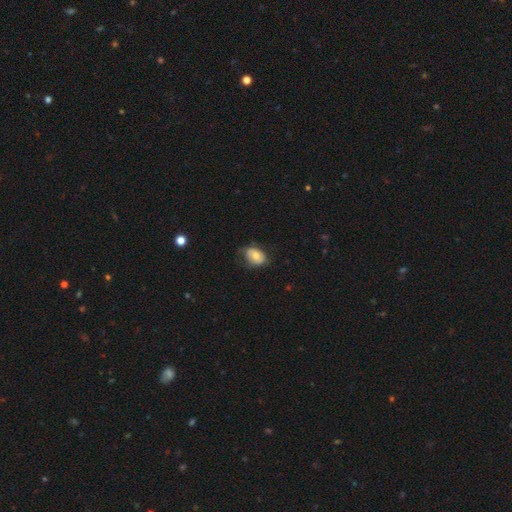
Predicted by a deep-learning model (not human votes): This is likely a smooth galaxy (63%). How rounded: likely in between (71%). Merging: likely none (62%).